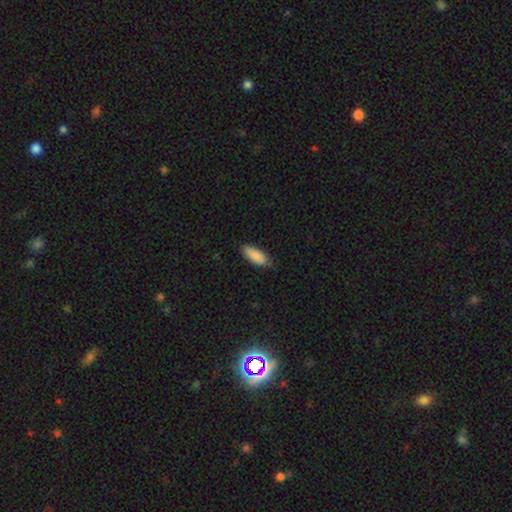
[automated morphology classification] Smooth or featured? smooth (87%)
How rounded? in between (77%)
Merging? none (79%)